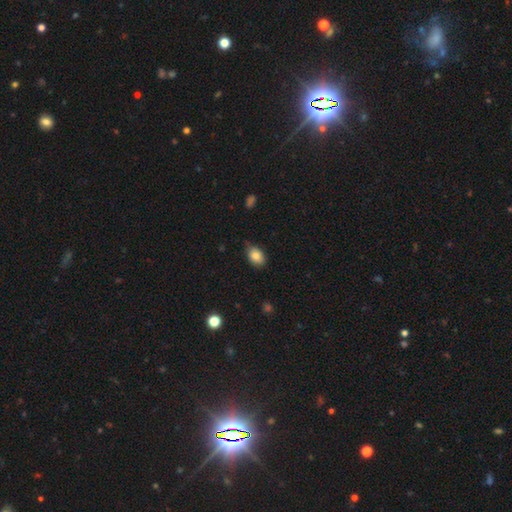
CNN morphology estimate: Smooth or featured? Predicted: smooth (p=0.83). How rounded? Predicted: in between (p=0.82). Merging? Predicted: none (p=0.73).